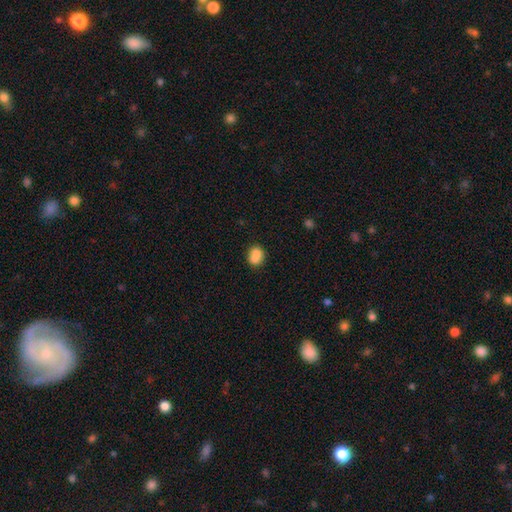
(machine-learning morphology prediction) A smooth galaxy with no disk features (78%) that is round (60%). Merging: merger (43%).